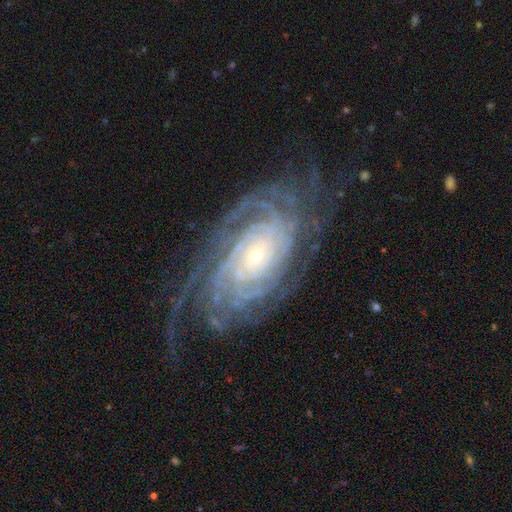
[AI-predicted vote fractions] This is clearly a featured or disk galaxy (91%). It is clearly not viewed edge-on (95%). Bar: likely no (69%). Spiral arm pattern: clearly yes (98%). Spiral arm count: marginally can't tell (25%, tied with more than 4). Spiral winding: clearly tight (80%). Central bulge: likely small (73%). Merging: likely none (72%).